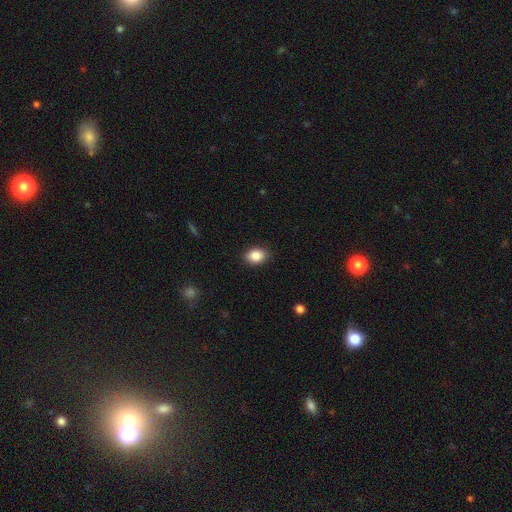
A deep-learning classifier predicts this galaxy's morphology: Q: Smooth or featured?
A: smooth (87%); runner-up: star or artifact (8%)
Q: How rounded?
A: in between (72%); runner-up: round (26%)
Q: Merging?
A: none (88%); runner-up: minor disturbance (8%)